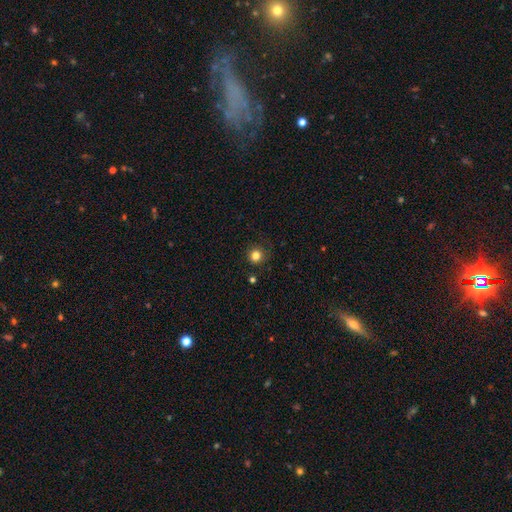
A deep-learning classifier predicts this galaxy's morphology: The model was most divided on "smooth or featured": smooth: 82%, star or artifact: 13%, featured or disk: 5%. More confident: how rounded — round (94%); merging — none (86%).